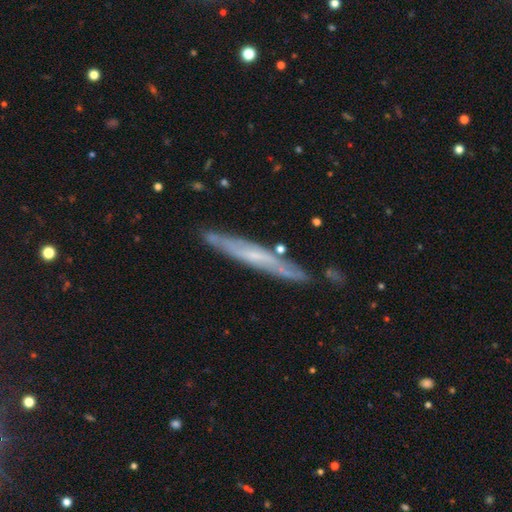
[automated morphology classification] Smooth or featured: featured or disk — 65% (smooth — 28%)
Edge-on disk: yes — 82% (no — 18%)
Edge-on bulge: none — 68% (rounded — 26%)
Merging: none — 81% (minor disturbance — 14%)